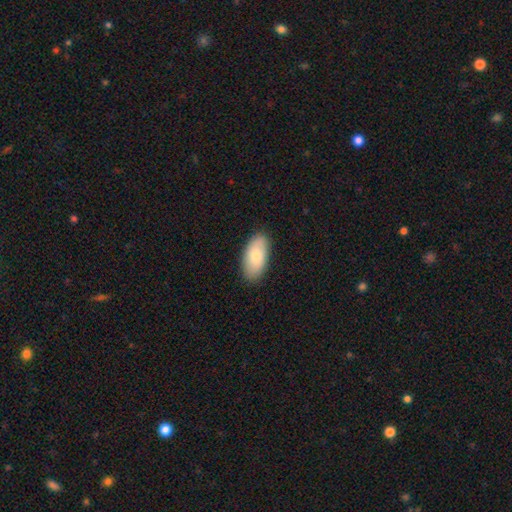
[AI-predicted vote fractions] Smooth or featured? smooth (79%)
How rounded? in between (94%)
Merging? none (87%)